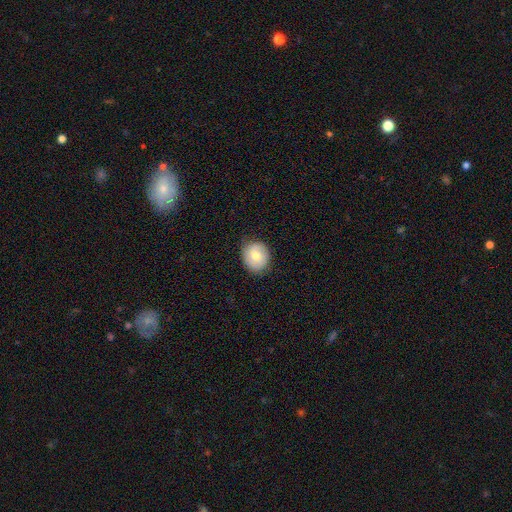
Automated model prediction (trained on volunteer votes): smooth 70%, featured or disk 23%, star or artifact 8%. Down the decision tree: how rounded — round (72%); merging — none (79%).